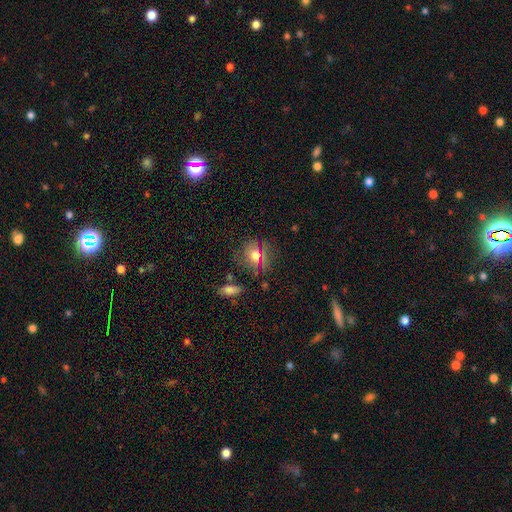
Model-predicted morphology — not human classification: Smooth or featured: smooth — 67% (star or artifact — 18%)
How rounded: round — 72% (in between — 26%)
Merging: none — 72% (minor disturbance — 17%)